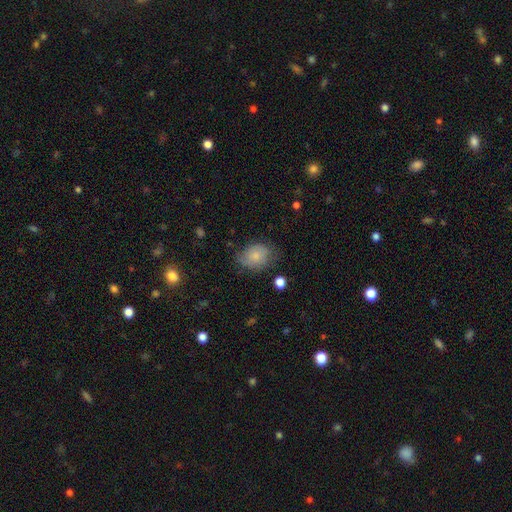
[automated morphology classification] type=smooth (76%); roundness=in between (64%); merging=none (60%).